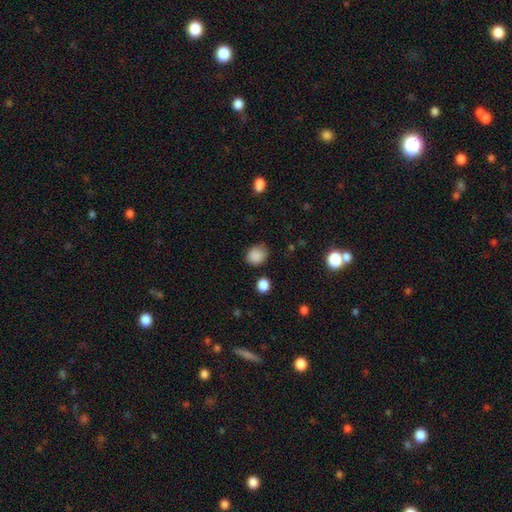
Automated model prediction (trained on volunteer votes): Q: Smooth or featured?
A: smooth (86%); runner-up: star or artifact (10%)
Q: How rounded?
A: round (63%); runner-up: in between (36%)
Q: Merging?
A: none (74%); runner-up: minor disturbance (19%)